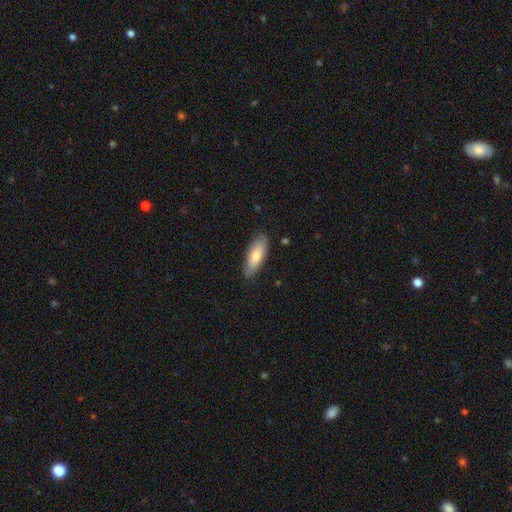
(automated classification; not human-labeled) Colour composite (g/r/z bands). It shows a smooth galaxy with no disk features (74%) that is in between round and cigar-shaped (62%). Merging: none (82%).